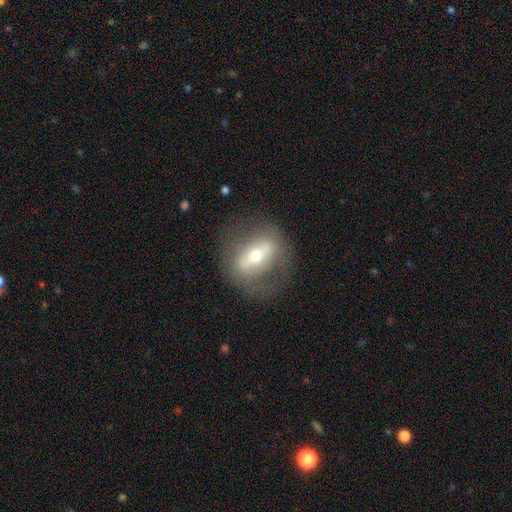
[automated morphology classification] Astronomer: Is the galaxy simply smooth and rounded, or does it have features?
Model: featured or disk — 65%.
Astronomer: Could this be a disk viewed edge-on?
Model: no — 71%.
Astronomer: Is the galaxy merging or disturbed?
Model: none — 72%.